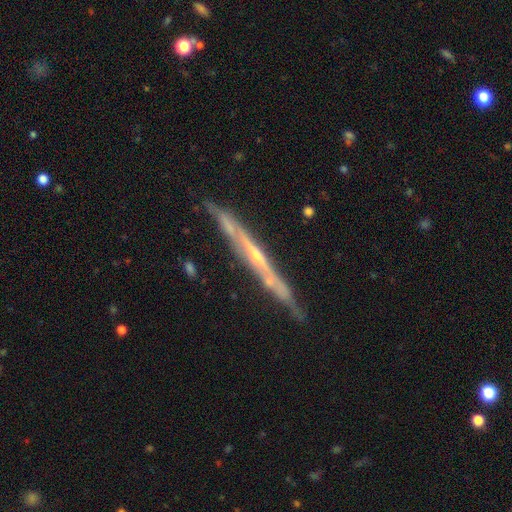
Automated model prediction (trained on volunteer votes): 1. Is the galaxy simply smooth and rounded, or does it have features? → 81% featured or disk, 13% smooth, 6% star or artifact.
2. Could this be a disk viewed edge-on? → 93% yes, 7% no.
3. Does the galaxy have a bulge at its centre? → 57% rounded, 39% none, 4% boxy.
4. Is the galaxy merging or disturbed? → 78% none, 17% minor disturbance, 3% major disturbance, 2% merger.